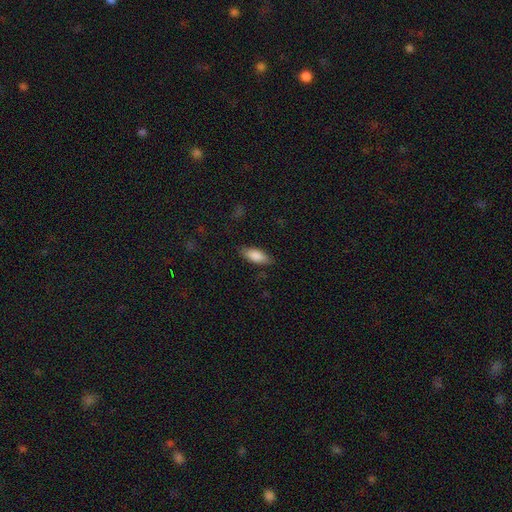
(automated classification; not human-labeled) Smooth or featured?
  - smooth: 83% *
  - featured or disk: 11%
  - star or artifact: 6%
How rounded?
  - in between: 74% *
  - cigar-shaped: 24%
  - round: 2%
Merging?
  - none: 83% *
  - minor disturbance: 13%
  - major disturbance: 3%
  - merger: 1%